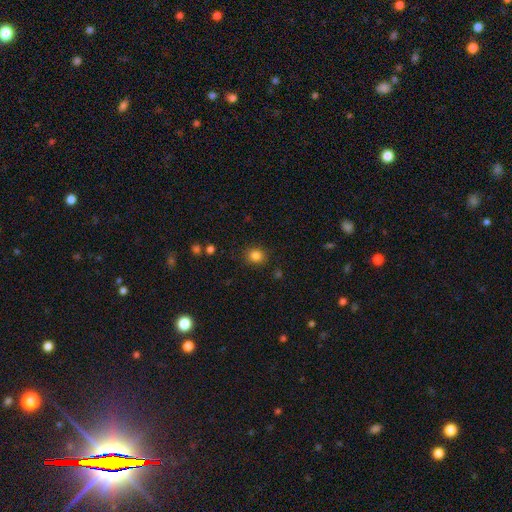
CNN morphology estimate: This appears to be a smooth galaxy with no disk features (83%) that is round (76%). Merging: none (88%).